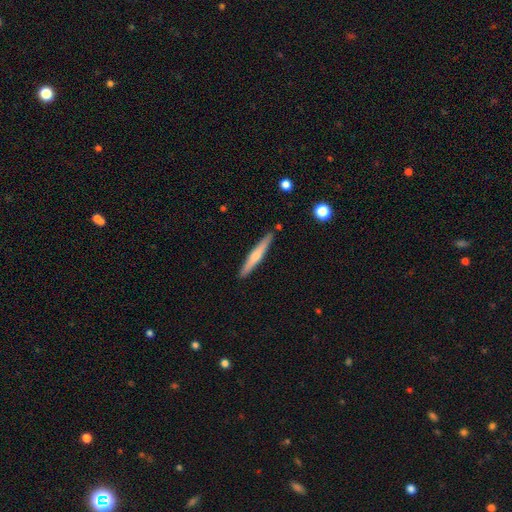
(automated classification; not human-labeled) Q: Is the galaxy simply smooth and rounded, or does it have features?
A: smooth — 52%.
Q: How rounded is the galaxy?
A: cigar-shaped — 95%.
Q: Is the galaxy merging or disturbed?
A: none — 89%.